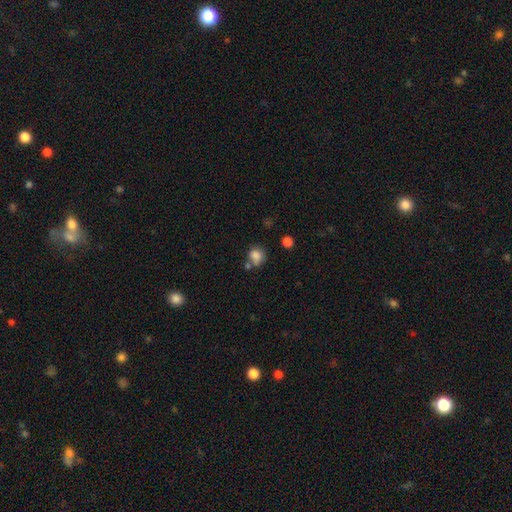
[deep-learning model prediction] A smooth galaxy with no disk features (83%) that is round (80%). Merging: none (57%).